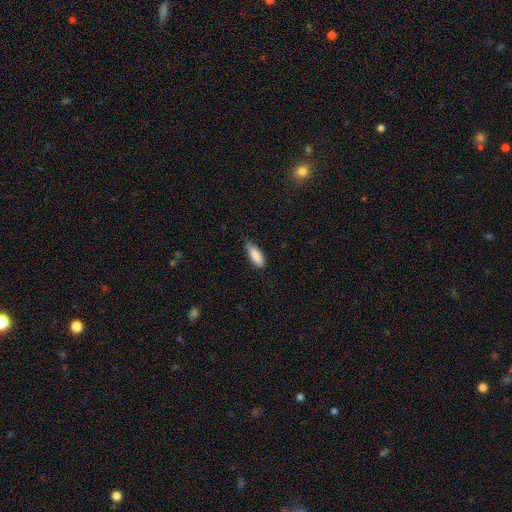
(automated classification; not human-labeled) Smooth or featured?
  - smooth: 87% *
  - featured or disk: 7%
  - star or artifact: 6%
How rounded?
  - in between: 70% *
  - cigar-shaped: 29%
  - round: 2%
Merging?
  - none: 66% *
  - minor disturbance: 29%
  - major disturbance: 4%
  - merger: 1%